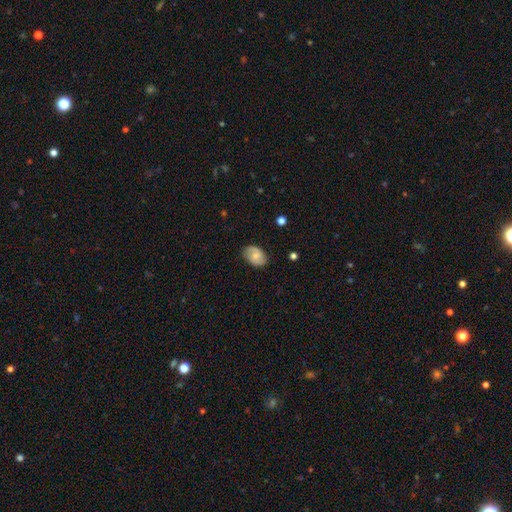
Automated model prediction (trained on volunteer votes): smooth-or-featured: smooth: 62% | featured or disk: 30% | star or artifact: 8%
  how-rounded: in between: 78% | round: 21% | cigar-shaped: 1%
  merging: none: 77% | minor disturbance: 18% | major disturbance: 4% | merger: 1%